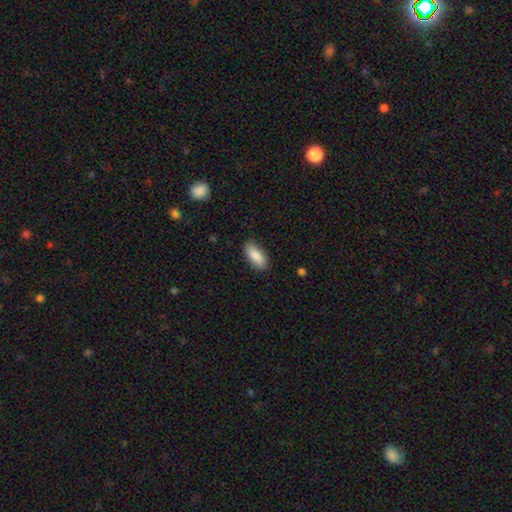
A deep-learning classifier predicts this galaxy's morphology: Smooth or featured: smooth — 88% (star or artifact — 6%)
How rounded: in between — 86% (cigar-shaped — 12%)
Merging: none — 85% (minor disturbance — 12%)